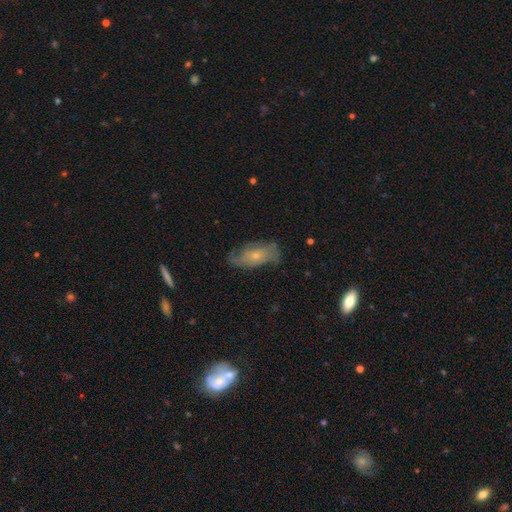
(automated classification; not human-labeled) Q: Smooth or featured?
A: featured or disk (61%); runner-up: smooth (31%)
Q: Edge-on disk?
A: no (91%); runner-up: yes (9%)
Q: Bar?
A: no (78%); runner-up: weak (18%)
Q: Spiral arms?
A: yes (80%); runner-up: no (20%)
Q: Bulge size?
A: small (69%); runner-up: moderate (26%)
Q: Merging?
A: none (61%); runner-up: minor disturbance (25%)